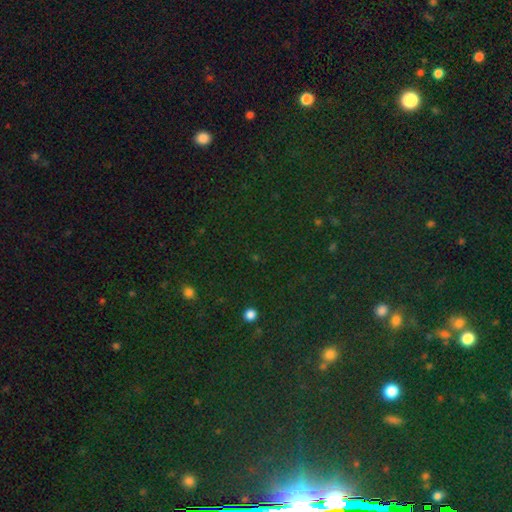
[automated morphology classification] A star or artifact, not a galaxy (77%).